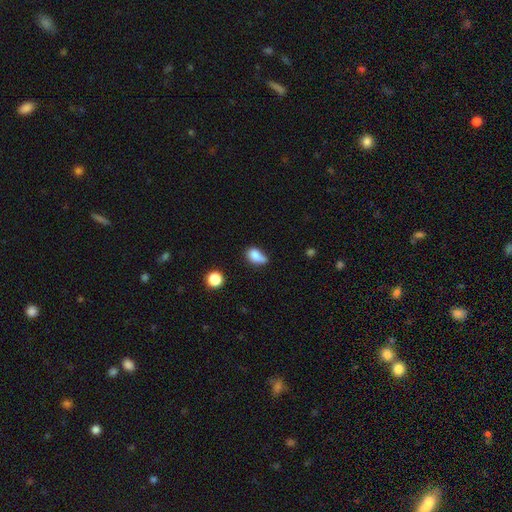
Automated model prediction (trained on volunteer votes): The model was most divided on "merging": none: 39%, minor disturbance: 36%, major disturbance: 13%, merger: 12%. More confident: how rounded — in between (81%); smooth or featured — smooth (80%).